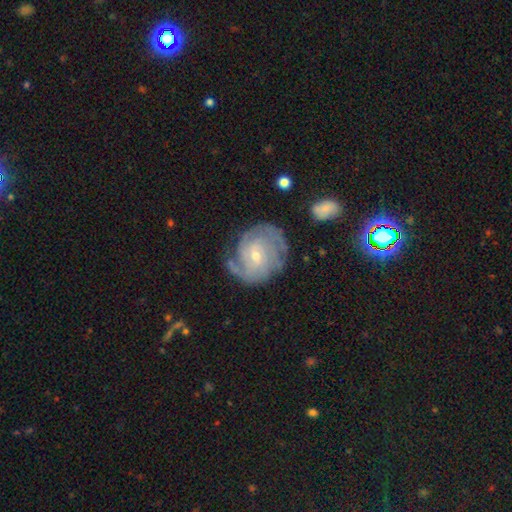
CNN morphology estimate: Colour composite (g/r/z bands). It shows a featured or disk galaxy (83%) with no bar (57%), tight (63%) spiral arms (95%) and a small central bulge (65%). Merging: none (67%).